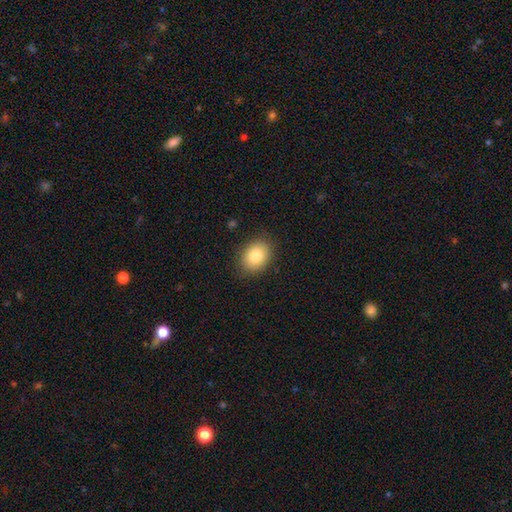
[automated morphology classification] This is clearly a smooth galaxy (82%). How rounded: likely in between (62%). Merging: clearly none (86%).